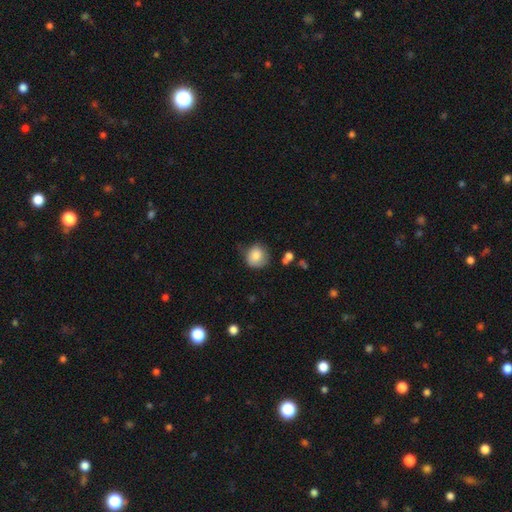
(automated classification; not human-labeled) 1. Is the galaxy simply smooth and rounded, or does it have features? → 82% smooth, 10% featured or disk, 8% star or artifact.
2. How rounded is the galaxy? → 80% round, 19% in between, 1% cigar-shaped.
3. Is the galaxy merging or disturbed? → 54% none, 31% minor disturbance, 11% major disturbance, 4% merger.